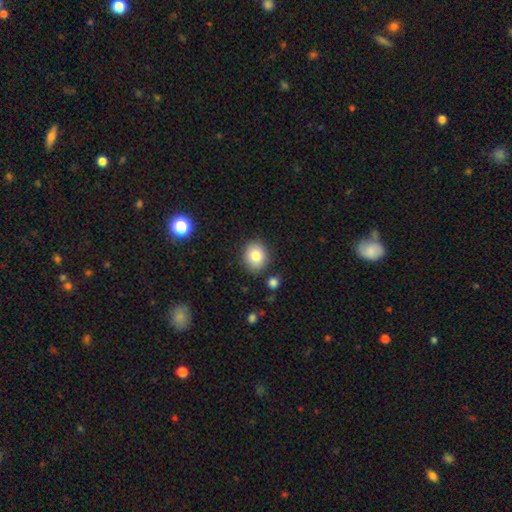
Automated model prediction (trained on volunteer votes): The model was most divided on "how rounded": round: 67%, in between: 32%, cigar-shaped: 1%. More confident: merging — none (86%); smooth or featured — smooth (83%).